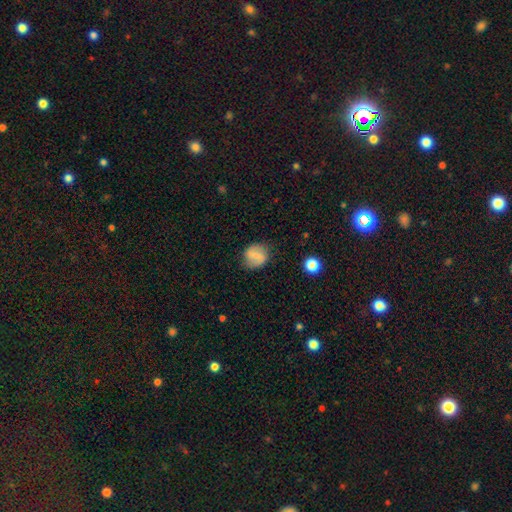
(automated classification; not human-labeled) Smooth or featured? Predicted: smooth (p=0.51). How rounded? Predicted: round (p=0.75). Merging? Predicted: none (p=0.80).